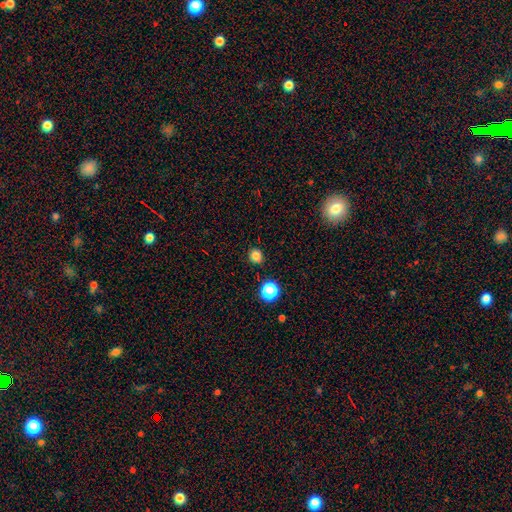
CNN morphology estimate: Q: Smooth or featured?
A: smooth (80%); runner-up: star or artifact (16%)
Q: How rounded?
A: round (86%); runner-up: in between (13%)
Q: Merging?
A: none (89%); runner-up: minor disturbance (7%)